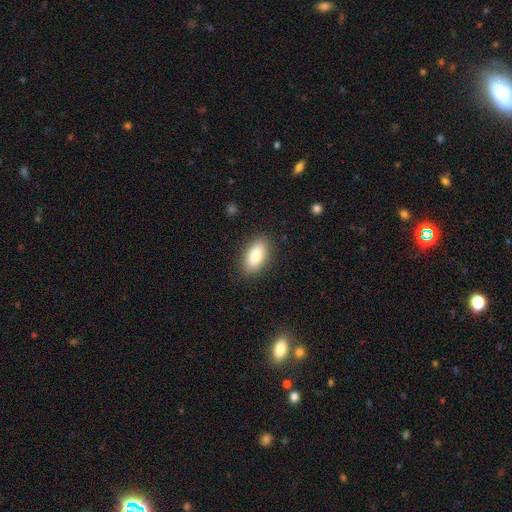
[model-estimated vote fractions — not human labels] Smooth or featured: smooth — 83% (featured or disk — 10%)
How rounded: in between — 90% (cigar-shaped — 6%)
Merging: none — 87% (minor disturbance — 10%)